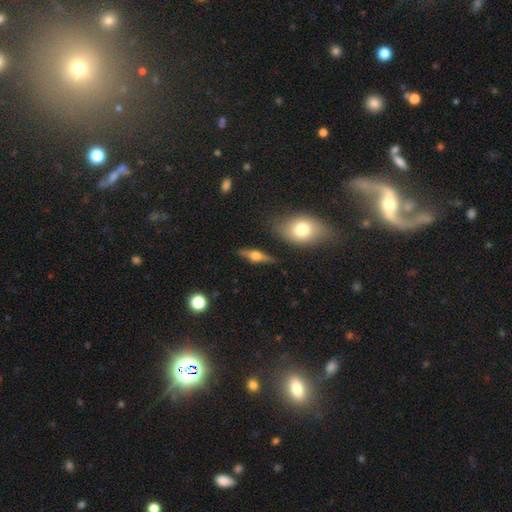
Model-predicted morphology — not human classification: Smooth or featured? Predicted: featured or disk (p=0.66). Edge-on disk? Predicted: yes (p=0.94). Edge-on bulge? Predicted: rounded (p=0.95). Merging? Predicted: none (p=0.85).